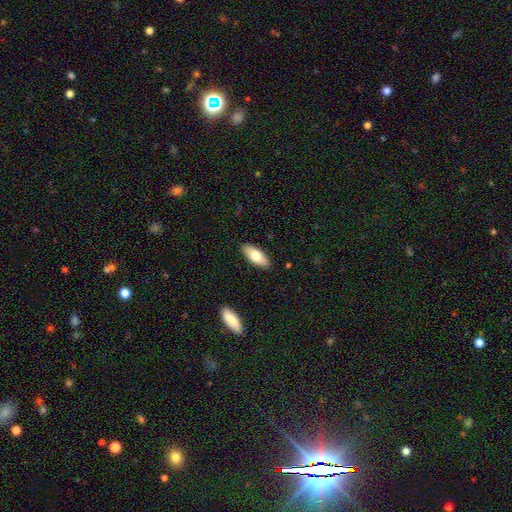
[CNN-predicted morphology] The model was most divided on "smooth or featured": smooth: 76%, featured or disk: 18%, star or artifact: 6%. More confident: merging — none (88%); how rounded — in between (82%).